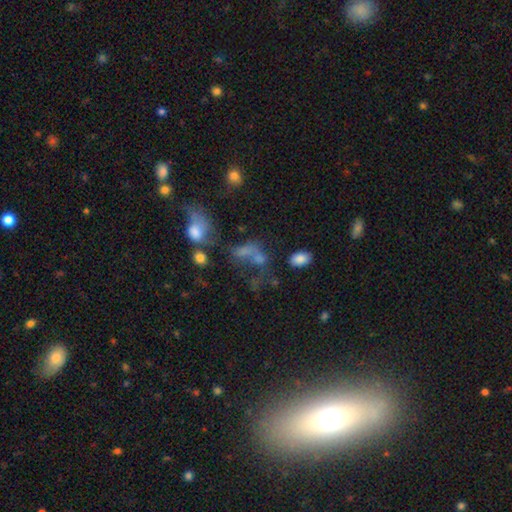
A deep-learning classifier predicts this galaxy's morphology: type=smooth (53%); roundness=in between (72%); merging=merger (38%).